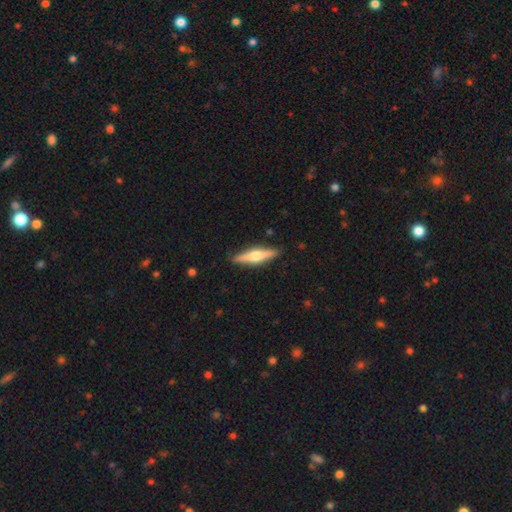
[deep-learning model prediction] smooth-or-featured: featured or disk: 63% | smooth: 32% | star or artifact: 5%
  disk-edge-on: yes: 97% | no: 3%
    edge-on-bulge: rounded: 92% | boxy: 5% | none: 3%
  merging: none: 90% | minor disturbance: 7% | major disturbance: 2% | merger: 1%